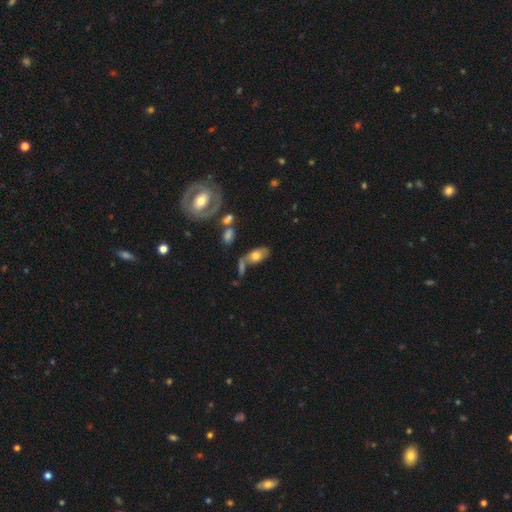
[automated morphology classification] smooth 64%, featured or disk 28%, star or artifact 8%. Down the decision tree: how rounded — in between (90%); merging — none (46%).